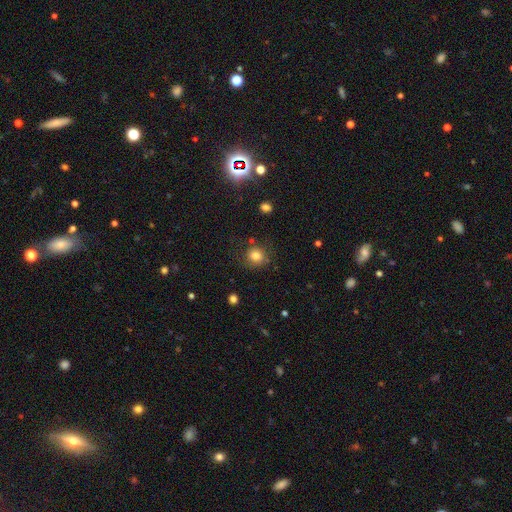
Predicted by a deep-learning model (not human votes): Morphology: type=smooth (80%); roundness=round (84%); merging=none (77%).